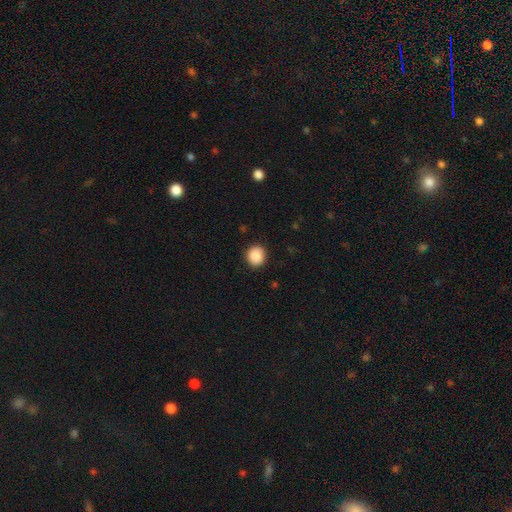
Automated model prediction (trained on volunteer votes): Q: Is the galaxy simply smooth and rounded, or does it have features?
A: smooth — 89%.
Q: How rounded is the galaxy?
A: round — 81%.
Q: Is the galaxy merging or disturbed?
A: none — 89%.